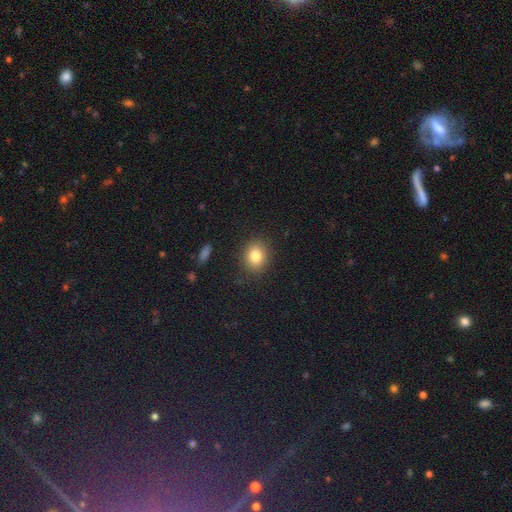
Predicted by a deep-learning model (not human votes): A smooth galaxy with no disk features (82%) that is round (56%).

Vote fractions:
- Smooth or featured? smooth: 82% / star or artifact: 10% / featured or disk: 8%
- How rounded? round: 56% / in between: 43% / cigar-shaped: 1%
- Merging? none: 87% / minor disturbance: 9% / major disturbance: 3% / merger: 1%